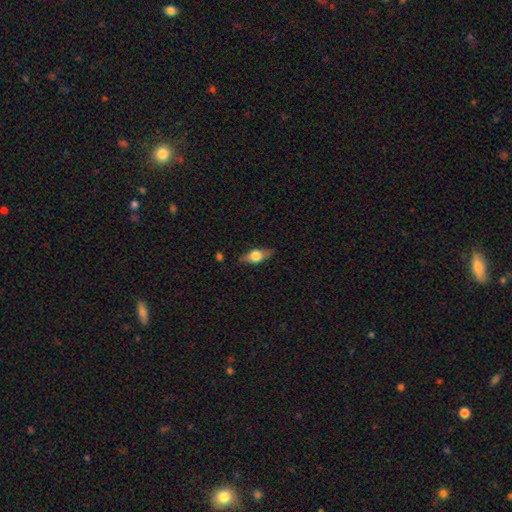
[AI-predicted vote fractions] Q: Smooth or featured?
A: smooth (51%); runner-up: featured or disk (41%)
Q: How rounded?
A: in between (70%); runner-up: cigar-shaped (20%)
Q: Merging?
A: none (81%); runner-up: minor disturbance (14%)